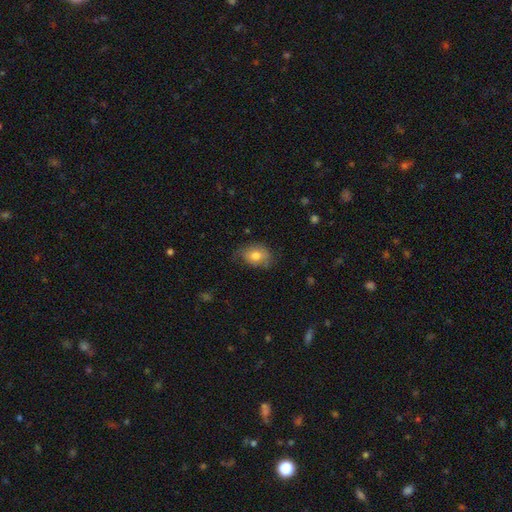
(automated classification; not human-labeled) Smooth or featured? smooth (75%)
How rounded? in between (67%)
Merging? none (56%)